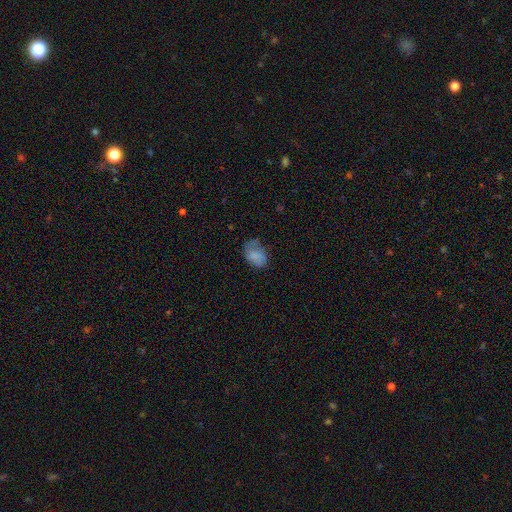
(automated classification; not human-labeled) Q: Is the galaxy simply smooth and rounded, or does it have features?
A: smooth — 74%.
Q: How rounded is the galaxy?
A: in between — 81%.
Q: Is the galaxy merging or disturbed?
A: none — 47%.